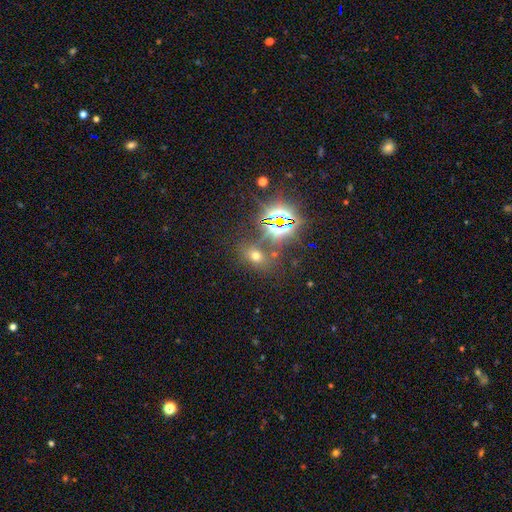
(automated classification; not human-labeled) smooth 47%, star or artifact 42%, featured or disk 10%. Down the decision tree: merging — none (73%).